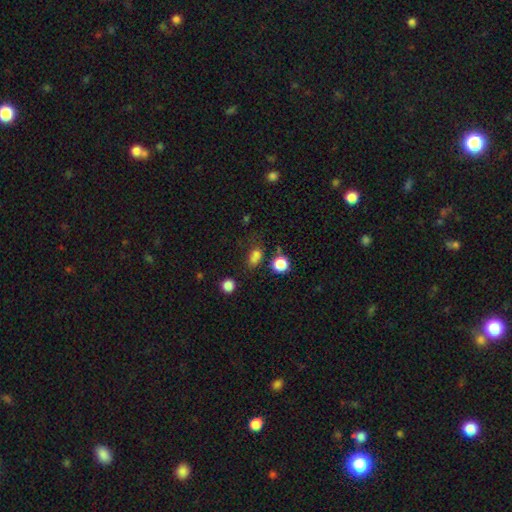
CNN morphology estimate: Q: Smooth or featured?
A: smooth (72%); runner-up: star or artifact (21%)
Q: How rounded?
A: in between (62%); runner-up: round (34%)
Q: Merging?
A: none (59%); runner-up: minor disturbance (21%)